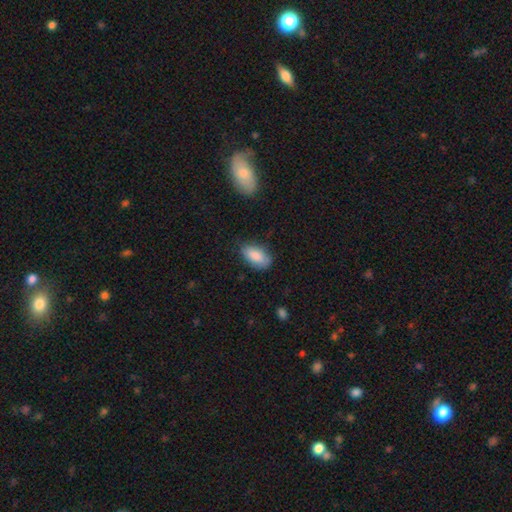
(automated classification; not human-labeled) Smooth or featured?
  - smooth: 87% *
  - featured or disk: 7%
  - star or artifact: 6%
How rounded?
  - in between: 93% *
  - cigar-shaped: 3%
  - round: 3%
Merging?
  - none: 74% *
  - minor disturbance: 20%
  - major disturbance: 4%
  - merger: 2%